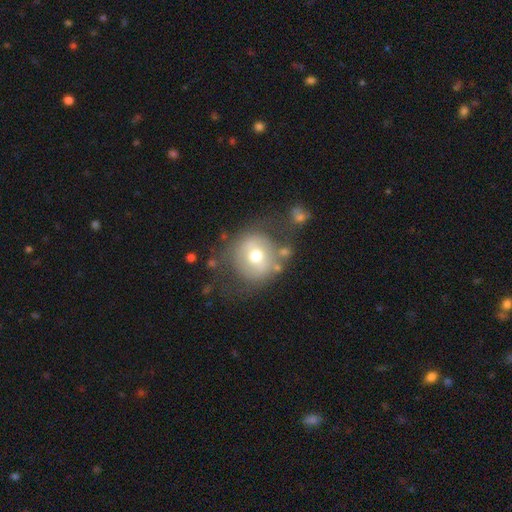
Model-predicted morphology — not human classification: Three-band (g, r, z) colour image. It shows a smooth galaxy with no disk features (53%) that is round (89%). Merging: none (64%).